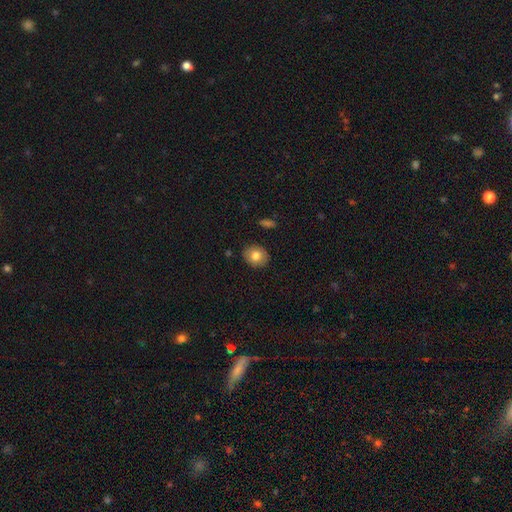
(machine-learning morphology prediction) Smooth or featured? Predicted: smooth (p=0.79). How rounded? Predicted: round (p=0.57). Merging? Predicted: none (p=0.88).